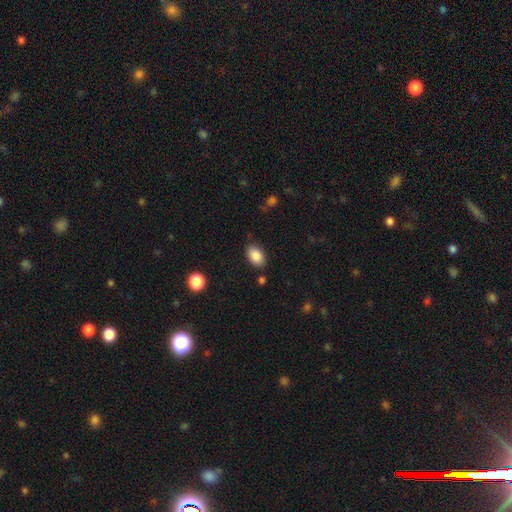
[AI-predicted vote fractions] Smooth or featured? Predicted: smooth (p=0.87). How rounded? Predicted: in between (p=0.89). Merging? Predicted: none (p=0.84).